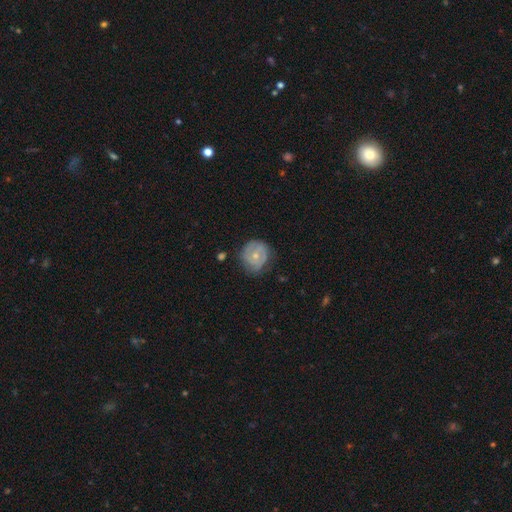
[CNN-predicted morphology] Q: Smooth or featured?
A: featured or disk (58%); runner-up: smooth (35%)
Q: Edge-on disk?
A: no (97%); runner-up: yes (3%)
Q: Bar?
A: no (75%); runner-up: weak (21%)
Q: Spiral arms?
A: yes (73%); runner-up: no (27%)
Q: Bulge size?
A: moderate (49%); runner-up: small (47%)
Q: Merging?
A: none (68%); runner-up: minor disturbance (23%)